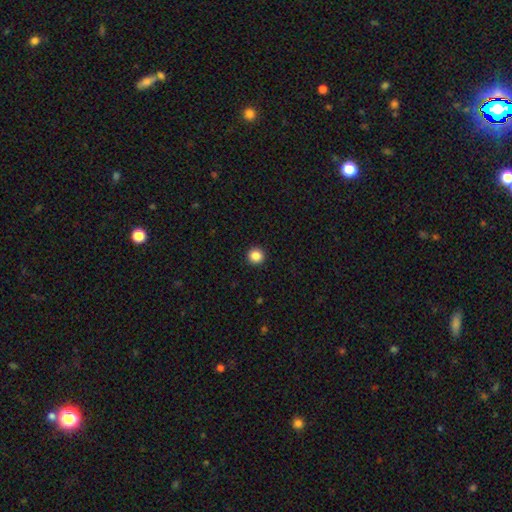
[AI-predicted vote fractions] A smooth galaxy with no disk features (87%) that is round (95%). Merging: none (94%).